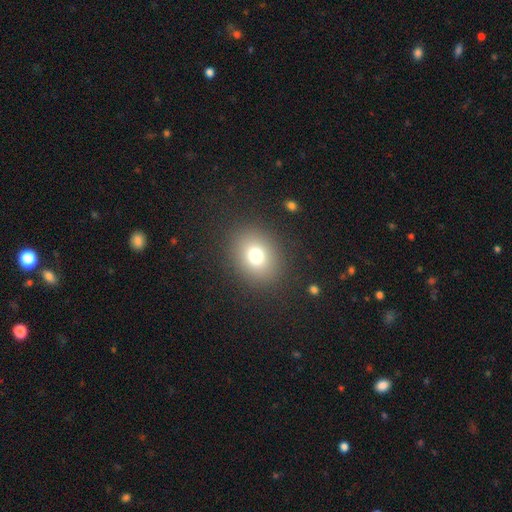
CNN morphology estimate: Smooth or featured? smooth (74%)
How rounded? round (61%)
Merging? none (88%)